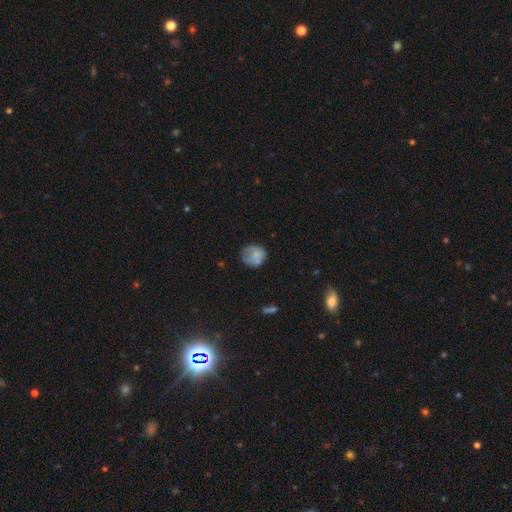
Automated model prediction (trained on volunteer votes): Smooth or featured? Predicted: smooth (p=0.70). How rounded? Predicted: round (p=0.81). Merging? Predicted: none (p=0.58).